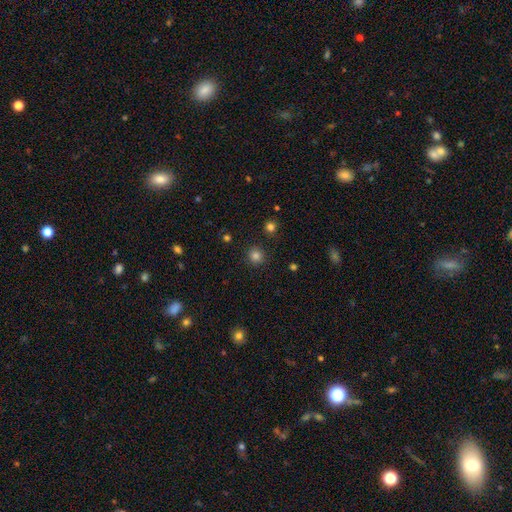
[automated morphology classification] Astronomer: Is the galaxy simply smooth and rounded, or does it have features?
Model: smooth — 82%.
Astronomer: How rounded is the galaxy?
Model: round — 93%.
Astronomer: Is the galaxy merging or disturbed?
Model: none — 91%.